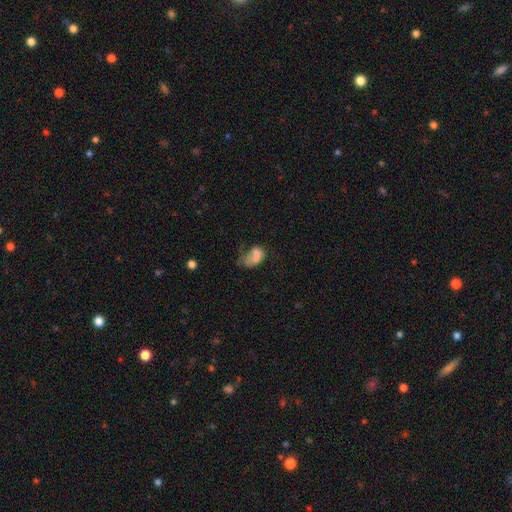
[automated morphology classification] smooth 64%, featured or disk 25%, star or artifact 11%. Down the decision tree: how rounded — in between (84%); merging — major disturbance (47%).